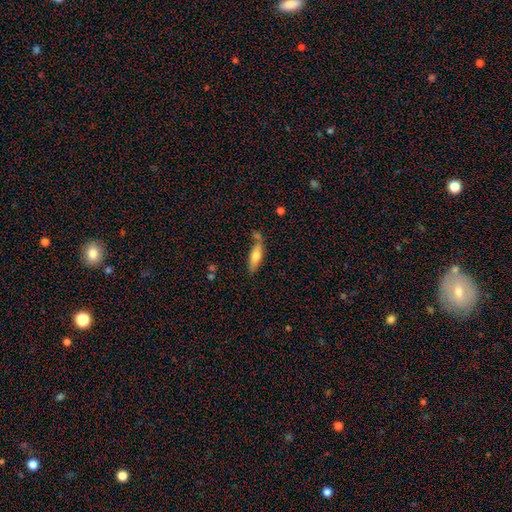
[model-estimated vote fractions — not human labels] A smooth galaxy with no disk features (65%) that is cigar-shaped (56%). Merging: none (67%).